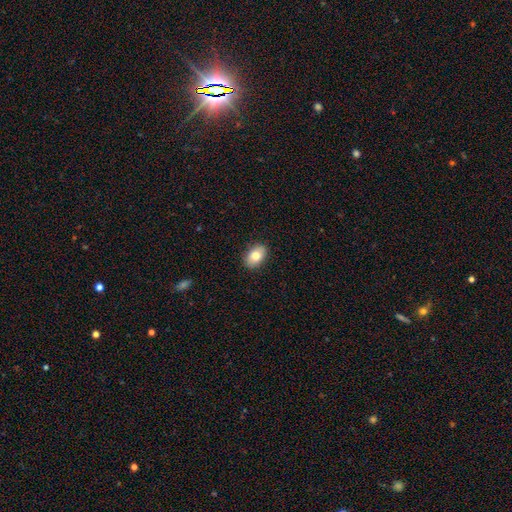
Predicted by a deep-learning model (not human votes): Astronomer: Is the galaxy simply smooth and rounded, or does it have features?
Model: smooth — 79%.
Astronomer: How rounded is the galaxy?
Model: in between — 85%.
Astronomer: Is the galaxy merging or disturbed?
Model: none — 89%.